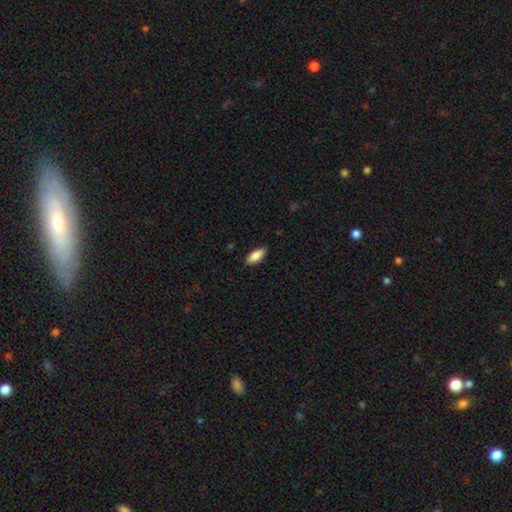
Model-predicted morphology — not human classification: A smooth galaxy with no disk features (84%) that is in between round and cigar-shaped (80%). Merging: none (87%).